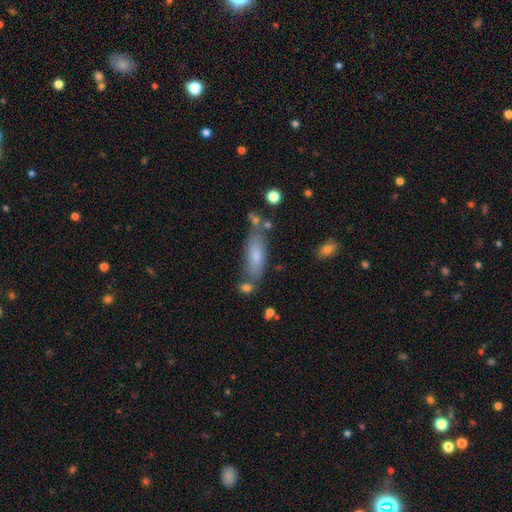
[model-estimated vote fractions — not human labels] Smooth or featured: smooth — 70% (featured or disk — 22%)
How rounded: in between — 53% (cigar-shaped — 45%)
Merging: none — 64% (minor disturbance — 19%)